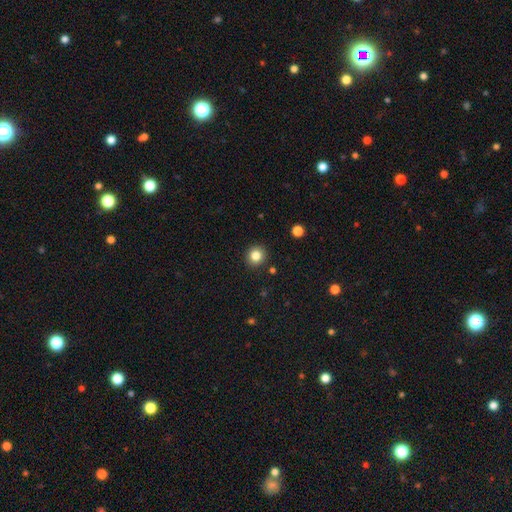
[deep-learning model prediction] Smooth or featured: smooth — 82% (star or artifact — 11%)
How rounded: round — 90% (in between — 9%)
Merging: none — 91% (minor disturbance — 5%)